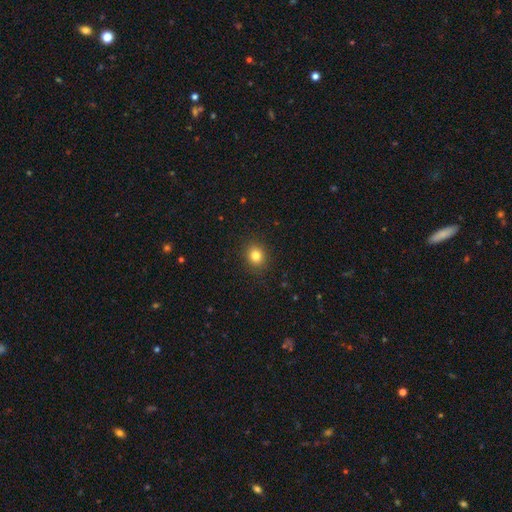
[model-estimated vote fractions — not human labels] A smooth galaxy with no disk features (82%) that is round (71%).

Vote fractions:
- Smooth or featured? smooth: 82% / star or artifact: 12% / featured or disk: 7%
- How rounded? round: 71% / in between: 29% / cigar-shaped: 1%
- Merging? none: 89% / minor disturbance: 7% / major disturbance: 2% / merger: 1%